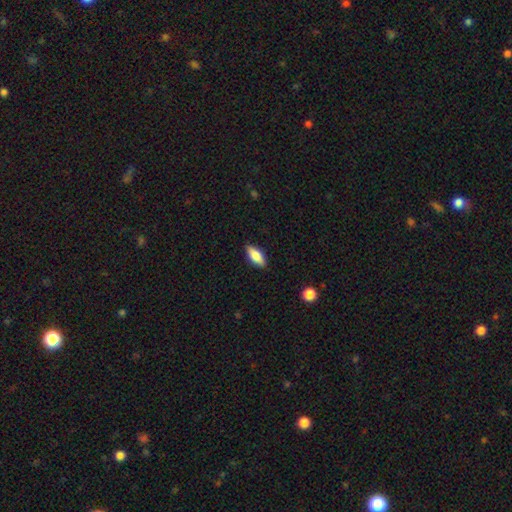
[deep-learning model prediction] Overall: smooth (73%). How rounded: in between (76%). Merging: none (87%).